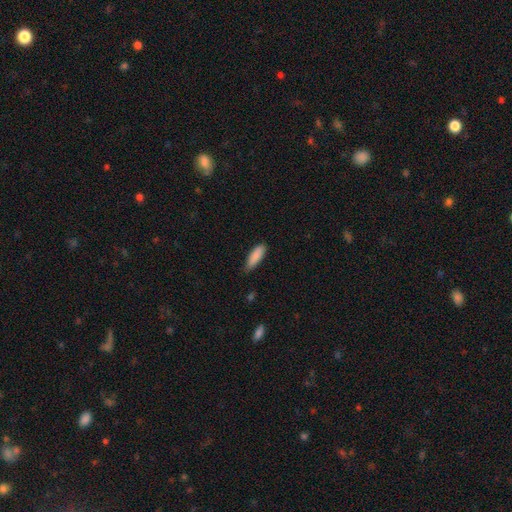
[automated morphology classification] Overall: smooth (87%). How rounded: in between (53%; cigar-shaped 46%). Merging: none (73%).